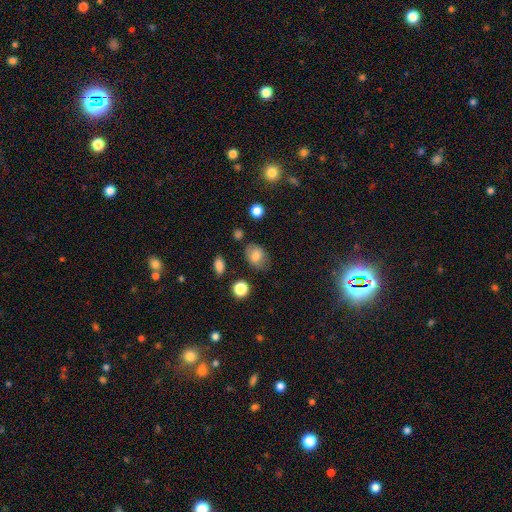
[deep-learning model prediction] Smooth or featured? smooth (79%)
How rounded? in between (73%)
Merging? none (71%)